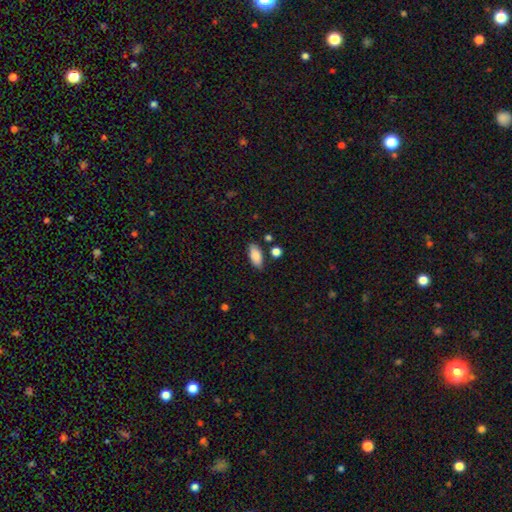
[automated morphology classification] This is clearly a smooth galaxy (86%). How rounded: clearly in between (89%). Merging: clearly none (80%).